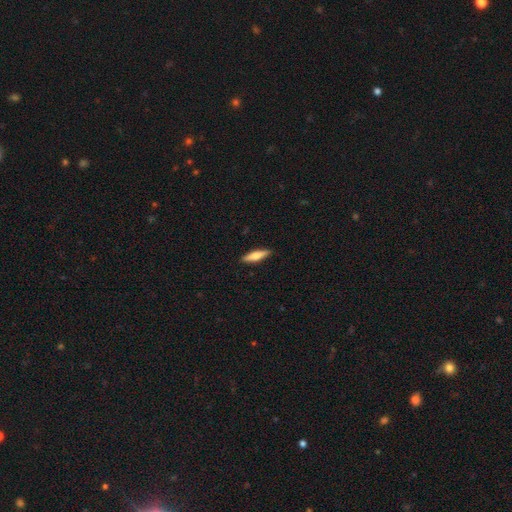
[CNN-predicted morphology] This is likely a smooth galaxy (64%). How rounded: likely cigar-shaped (71%). Merging: clearly none (90%).